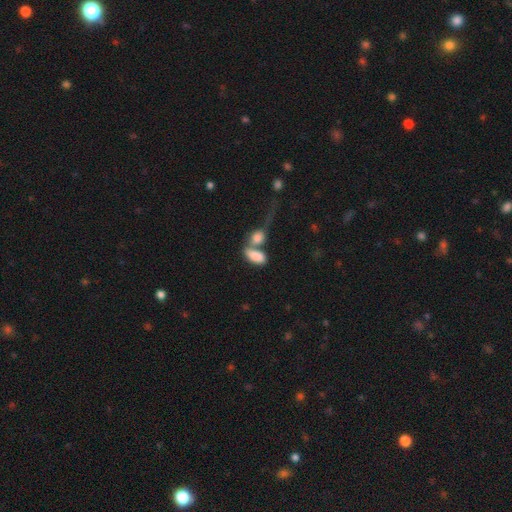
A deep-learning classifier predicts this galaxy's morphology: Overall: smooth (81%). How rounded: in between (88%). Merging: merger (62%).